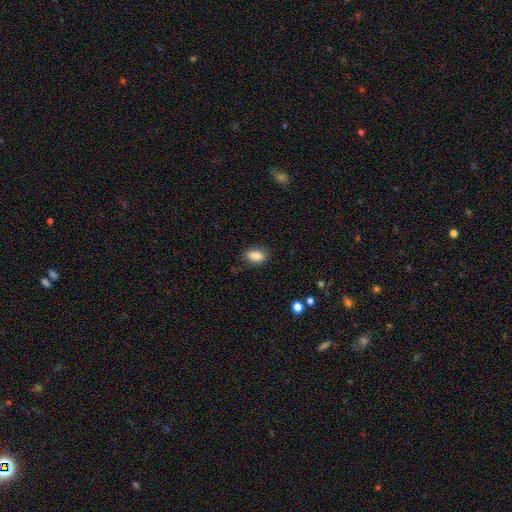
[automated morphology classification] smooth-or-featured: smooth: 86% | star or artifact: 8% | featured or disk: 5%
  how-rounded: in between: 87% | round: 10% | cigar-shaped: 3%
  merging: none: 82% | minor disturbance: 13% | major disturbance: 3% | merger: 1%